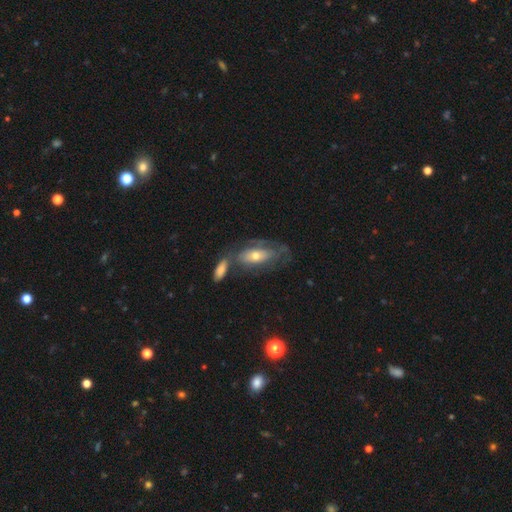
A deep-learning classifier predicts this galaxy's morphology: Q: Smooth or featured?
A: featured or disk (49%); runner-up: smooth (44%)
Q: Merging?
A: none (40%); runner-up: merger (23%)